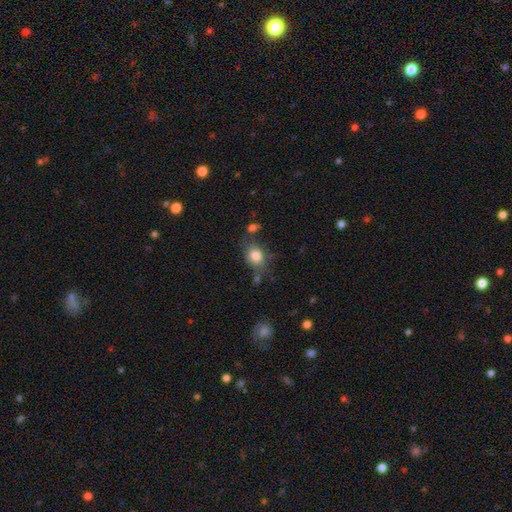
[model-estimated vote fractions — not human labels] smooth 82%, featured or disk 9%, star or artifact 9%. Down the decision tree: how rounded — in between (60%); merging — none (63%).